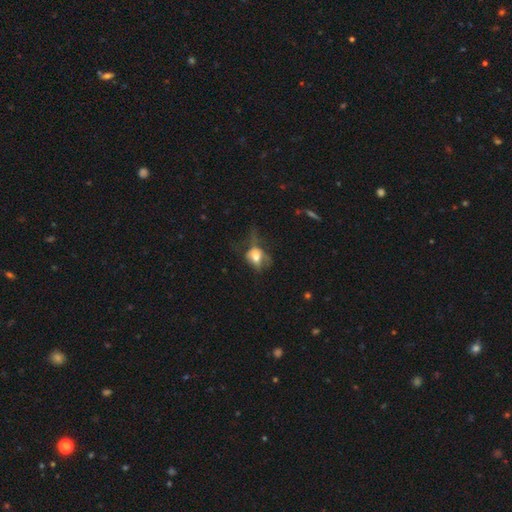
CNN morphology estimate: type=smooth (58%); roundness=in between (71%); merging=major disturbance (51%).